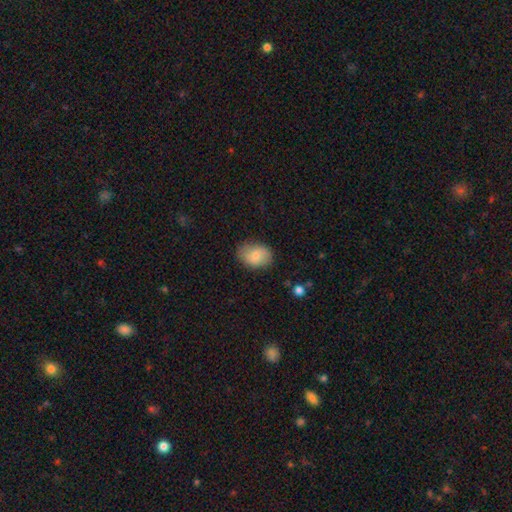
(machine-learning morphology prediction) Q: Smooth or featured?
A: smooth (77%); runner-up: featured or disk (15%)
Q: How rounded?
A: in between (68%); runner-up: round (31%)
Q: Merging?
A: none (77%); runner-up: minor disturbance (17%)